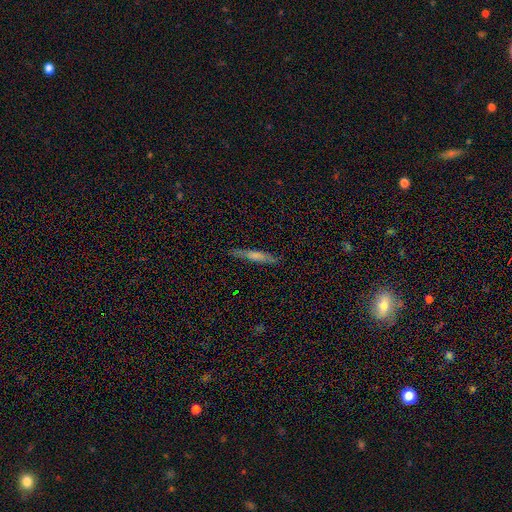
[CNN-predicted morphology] Smooth or featured: smooth — 56% (featured or disk — 35%)
How rounded: cigar-shaped — 89% (in between — 9%)
Merging: none — 82% (minor disturbance — 13%)